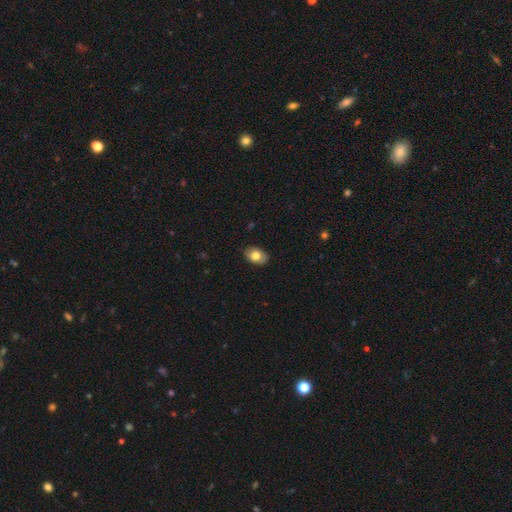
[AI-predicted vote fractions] Smooth or featured?
  - smooth: 74% *
  - featured or disk: 19%
  - star or artifact: 7%
How rounded?
  - in between: 83% *
  - round: 15%
  - cigar-shaped: 1%
Merging?
  - none: 85% *
  - minor disturbance: 12%
  - major disturbance: 2%
  - merger: 1%